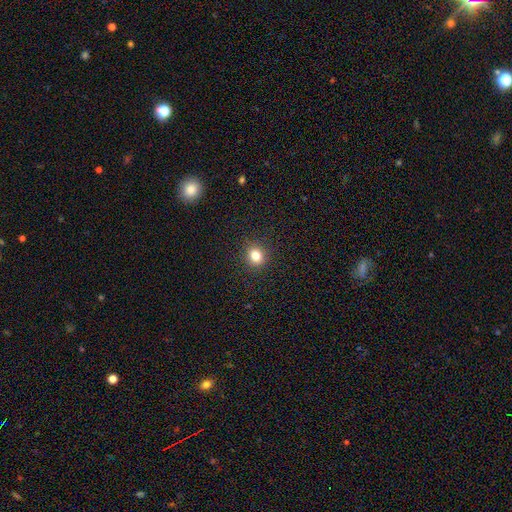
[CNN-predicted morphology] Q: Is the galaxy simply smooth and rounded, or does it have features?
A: smooth — 81%.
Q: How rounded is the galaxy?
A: round — 83%.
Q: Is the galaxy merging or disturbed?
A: none — 90%.